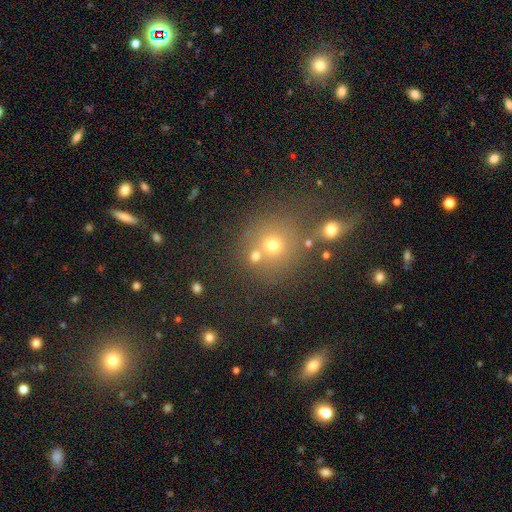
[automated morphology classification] Overall: smooth (67%). How rounded: round (88%). Merging: none (66%).